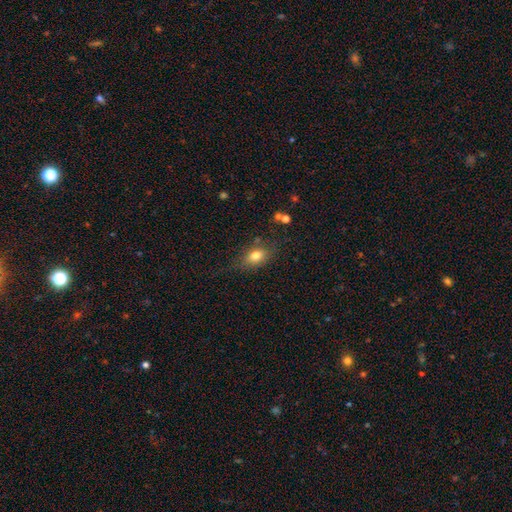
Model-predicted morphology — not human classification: Overall: smooth (78%). How rounded: in between (77%). Merging: none (67%).